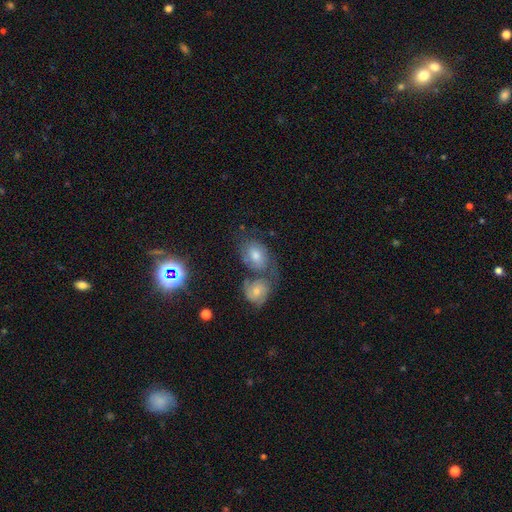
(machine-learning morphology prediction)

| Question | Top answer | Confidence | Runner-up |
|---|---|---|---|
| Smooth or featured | featured or disk | 44% | smooth (35%) |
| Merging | merger | 41% | none (40%) |